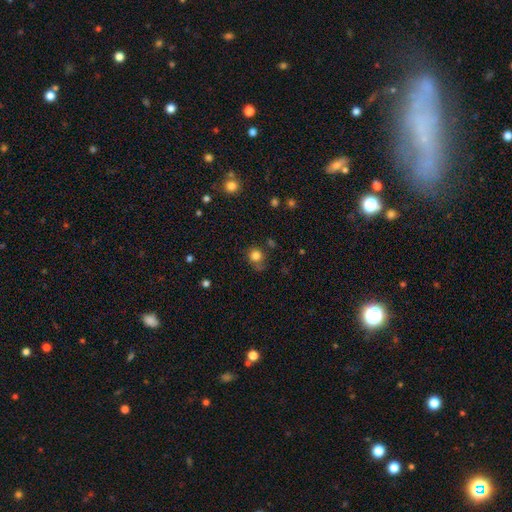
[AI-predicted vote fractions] Smooth or featured? Predicted: smooth (p=0.81). How rounded? Predicted: round (p=0.82). Merging? Predicted: none (p=0.62).